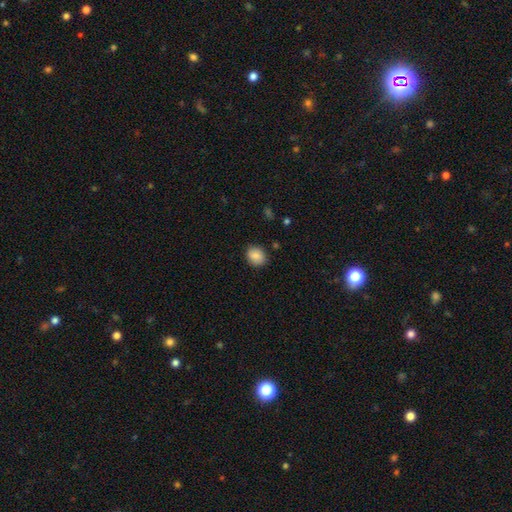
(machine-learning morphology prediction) This is clearly a smooth galaxy (87%). How rounded: likely round (60%). Merging: clearly none (86%).